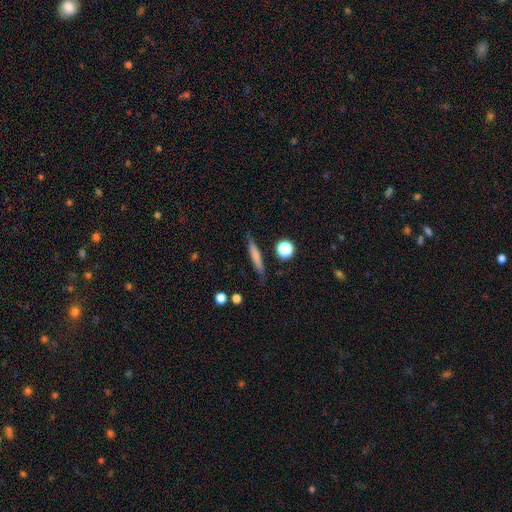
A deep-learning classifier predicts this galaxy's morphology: Q: Smooth or featured?
A: smooth (61%); runner-up: featured or disk (31%)
Q: How rounded?
A: cigar-shaped (91%); runner-up: in between (6%)
Q: Merging?
A: none (84%); runner-up: minor disturbance (11%)